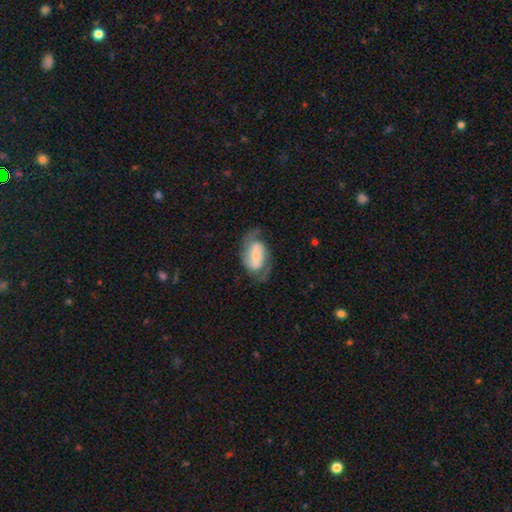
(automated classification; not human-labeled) Q: Smooth or featured?
A: featured or disk (70%); runner-up: smooth (23%)
Q: Edge-on disk?
A: no (96%); runner-up: yes (4%)
Q: Bar?
A: weak (39%); runner-up: no (35%)
Q: Spiral arms?
A: yes (88%); runner-up: no (12%)
Q: Spiral winding?
A: medium (48%); runner-up: loose (26%)
Q: Spiral arm count?
A: 2 (84%); runner-up: can't tell (8%)
Q: Bulge size?
A: small (50%); runner-up: moderate (35%)
Q: Merging?
A: none (61%); runner-up: minor disturbance (22%)